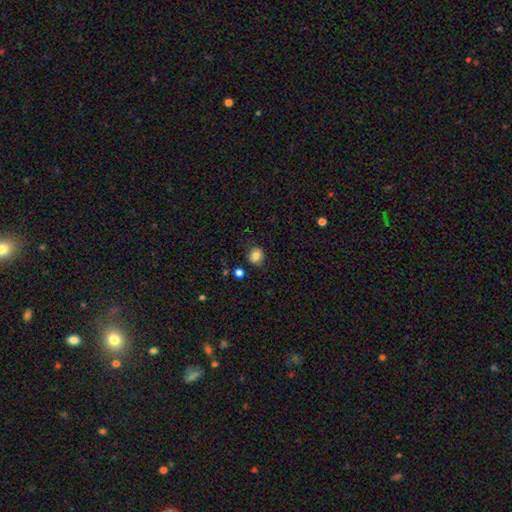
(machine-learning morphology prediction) Smooth or featured?
  - smooth: 82% *
  - star or artifact: 10%
  - featured or disk: 7%
How rounded?
  - round: 79% *
  - in between: 20%
  - cigar-shaped: 1%
Merging?
  - none: 86% *
  - minor disturbance: 9%
  - major disturbance: 2%
  - merger: 2%